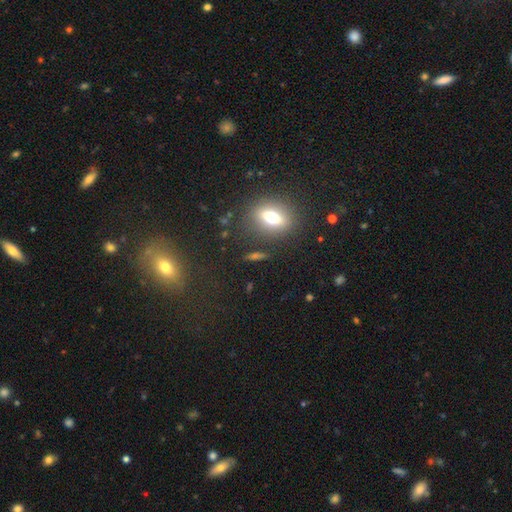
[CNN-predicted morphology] smooth 57%, featured or disk 22%, star or artifact 21%. Down the decision tree: how rounded — in between (56%); merging — none (81%).